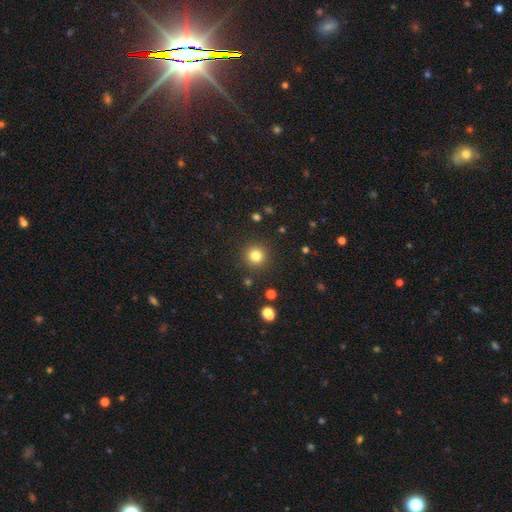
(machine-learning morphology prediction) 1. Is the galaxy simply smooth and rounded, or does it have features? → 81% smooth, 13% star or artifact, 6% featured or disk.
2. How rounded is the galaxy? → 95% round, 4% in between, 1% cigar-shaped.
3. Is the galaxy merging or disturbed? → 90% none, 6% minor disturbance, 2% major disturbance, 2% merger.